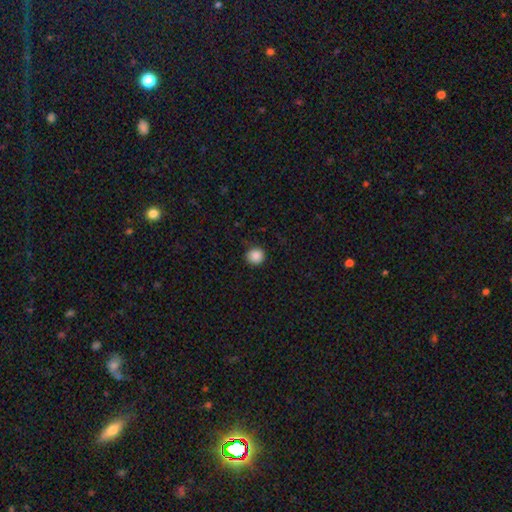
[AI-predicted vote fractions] Q: Smooth or featured?
A: smooth (88%); runner-up: star or artifact (10%)
Q: How rounded?
A: round (92%); runner-up: in between (7%)
Q: Merging?
A: none (87%); runner-up: minor disturbance (10%)